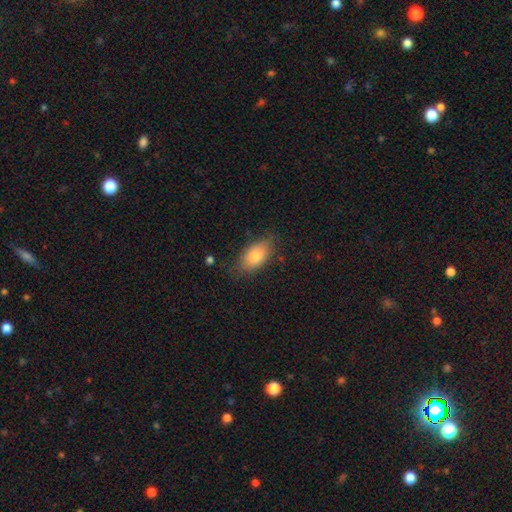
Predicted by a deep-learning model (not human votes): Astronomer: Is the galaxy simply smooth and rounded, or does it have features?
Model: smooth — 80%.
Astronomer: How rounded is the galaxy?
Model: in between — 90%.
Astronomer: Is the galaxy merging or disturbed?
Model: none — 74%.